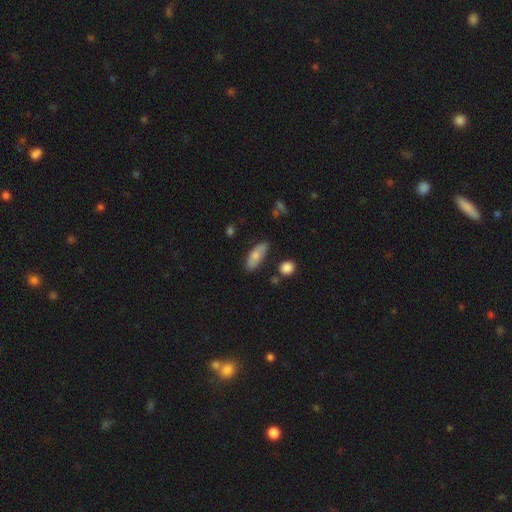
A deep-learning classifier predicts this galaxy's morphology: A smooth galaxy with no disk features (72%) that is in between round and cigar-shaped (71%).

Vote fractions:
- Smooth or featured? smooth: 72% / featured or disk: 21% / star or artifact: 7%
- How rounded? in between: 71% / cigar-shaped: 26% / round: 3%
- Merging? none: 76% / minor disturbance: 17% / merger: 4% / major disturbance: 3%